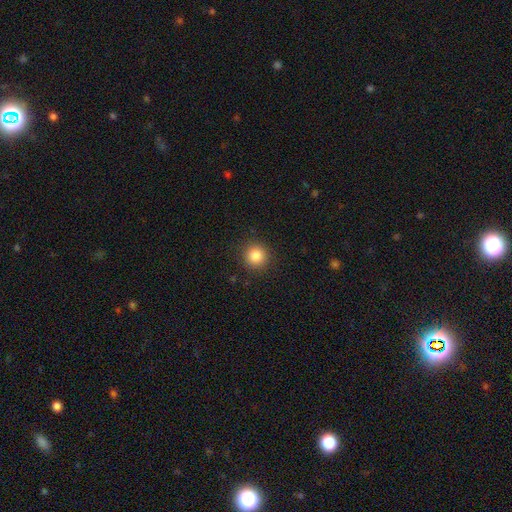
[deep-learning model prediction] This is clearly a smooth galaxy (85%). How rounded: clearly round (93%). Merging: clearly none (91%).